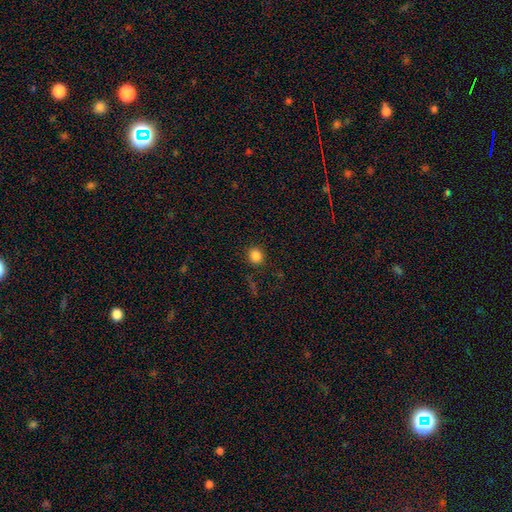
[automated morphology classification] Smooth or featured: smooth — 85% (star or artifact — 12%)
How rounded: round — 82% (in between — 17%)
Merging: none — 89% (minor disturbance — 7%)